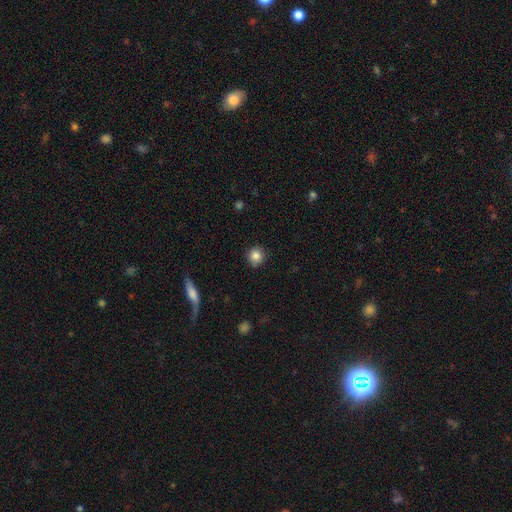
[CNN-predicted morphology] The model was most divided on "smooth or featured": smooth: 85%, star or artifact: 9%, featured or disk: 6%. More confident: how rounded — round (91%); merging — none (86%).